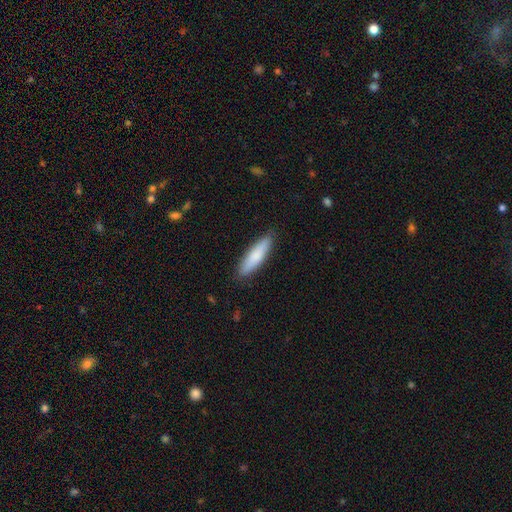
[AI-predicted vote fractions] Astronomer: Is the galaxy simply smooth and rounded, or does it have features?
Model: smooth — 80%.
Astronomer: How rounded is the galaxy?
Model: cigar-shaped — 72%.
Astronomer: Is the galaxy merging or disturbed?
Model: none — 87%.